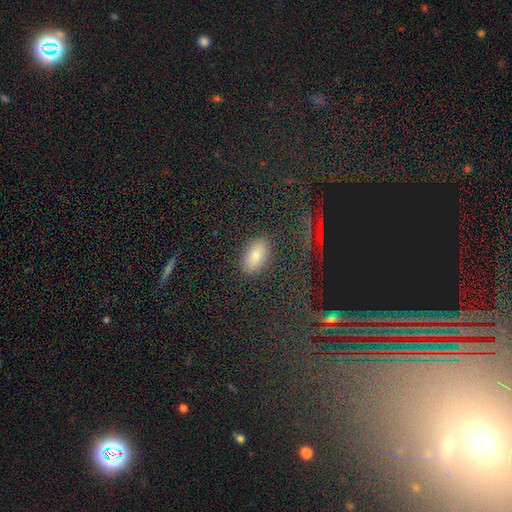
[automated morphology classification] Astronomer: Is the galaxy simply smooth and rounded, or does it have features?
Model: smooth — 77%.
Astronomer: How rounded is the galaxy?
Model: in between — 91%.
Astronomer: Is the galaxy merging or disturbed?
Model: none — 86%.